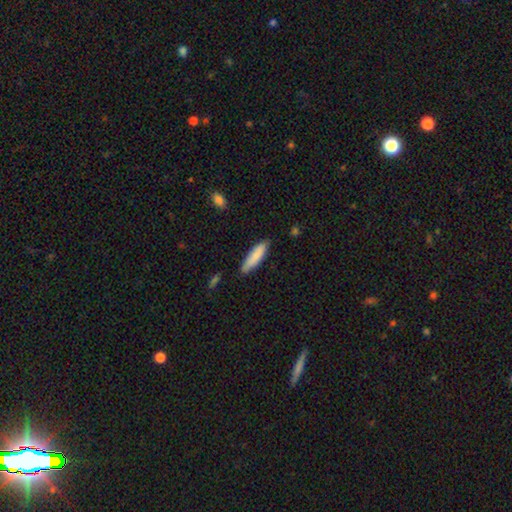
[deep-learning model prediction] smooth_or_featured: smooth (p=0.82) [alt: featured or disk p=0.12]
how_rounded: cigar-shaped (p=0.67) [alt: in between p=0.32]
merging: none (p=0.77) [alt: minor disturbance p=0.18]